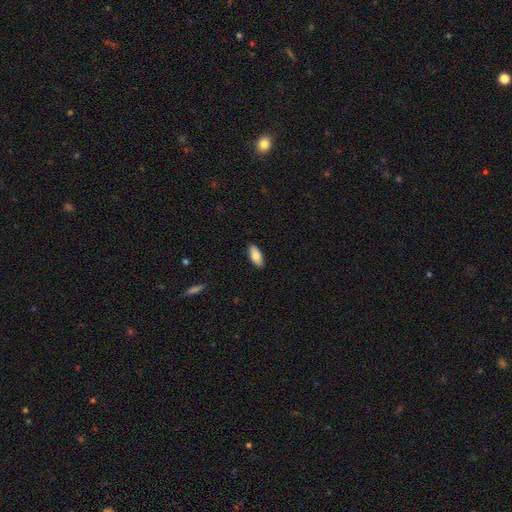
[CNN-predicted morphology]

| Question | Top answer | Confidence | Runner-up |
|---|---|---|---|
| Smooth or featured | smooth | 81% | featured or disk (12%) |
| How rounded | in between | 87% | cigar-shaped (11%) |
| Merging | none | 89% | minor disturbance (9%) |